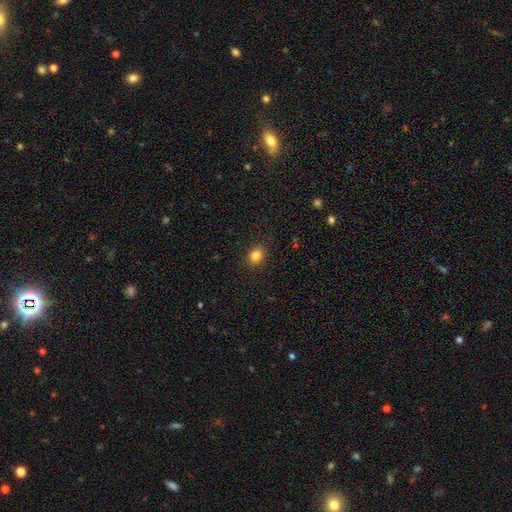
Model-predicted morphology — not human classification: This appears to be a smooth galaxy with no disk features (83%) that is round (53%). Merging: none (89%).